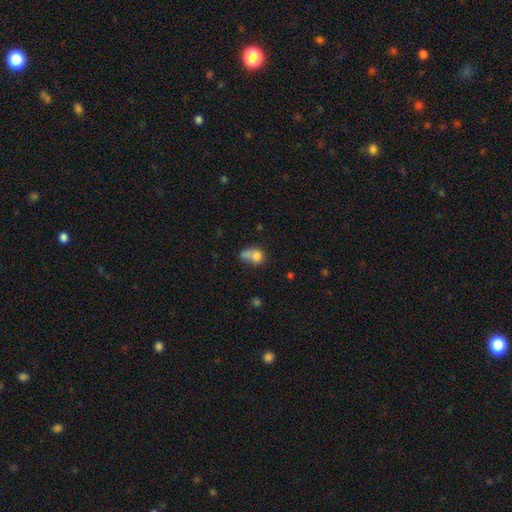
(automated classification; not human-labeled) Smooth or featured? smooth (73%)
How rounded? in between (50%)
Merging? merger (53%)